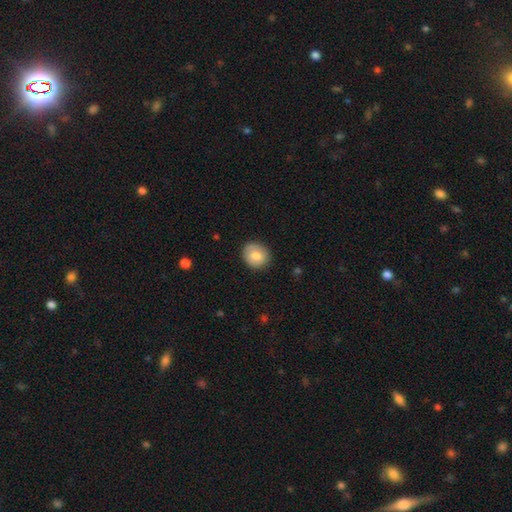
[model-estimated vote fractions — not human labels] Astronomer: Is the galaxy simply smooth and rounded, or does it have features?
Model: smooth — 79%.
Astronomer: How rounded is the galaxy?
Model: round — 82%.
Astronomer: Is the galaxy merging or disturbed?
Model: none — 85%.